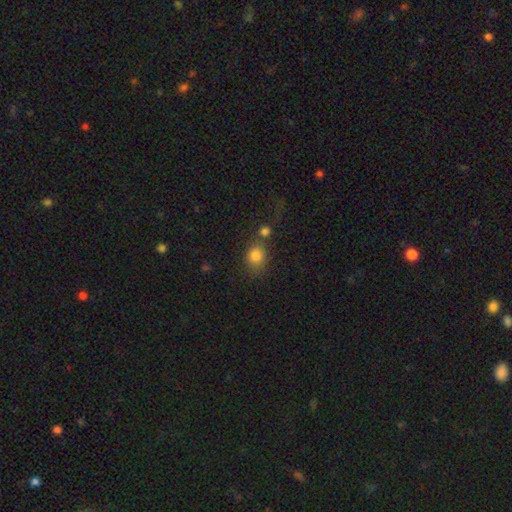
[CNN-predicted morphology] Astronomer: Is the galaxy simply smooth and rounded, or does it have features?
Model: smooth — 82%.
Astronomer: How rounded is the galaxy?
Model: round — 65%.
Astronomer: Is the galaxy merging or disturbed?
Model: none — 51% (runner-up: merger, 27%).